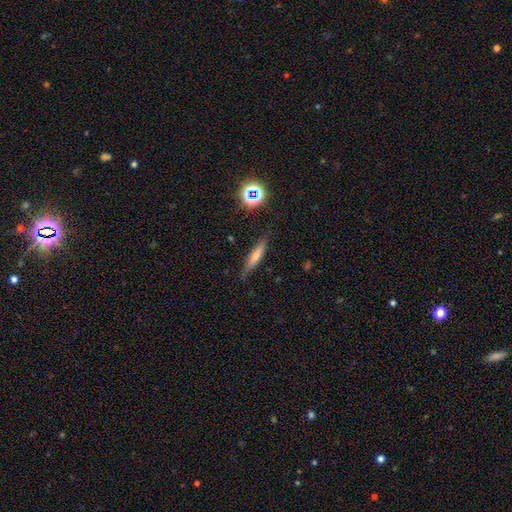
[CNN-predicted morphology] The model was most divided on "smooth or featured": smooth: 46%, featured or disk: 42%, star or artifact: 12%. More confident: merging — none (82%).